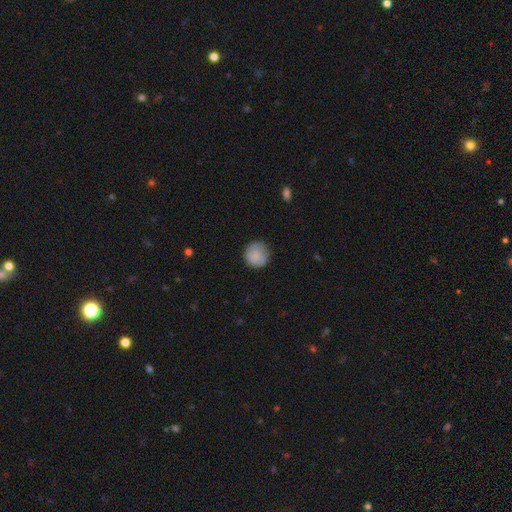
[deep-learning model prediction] Q: Smooth or featured?
A: smooth (80%); runner-up: featured or disk (12%)
Q: How rounded?
A: round (92%); runner-up: in between (7%)
Q: Merging?
A: none (78%); runner-up: minor disturbance (17%)